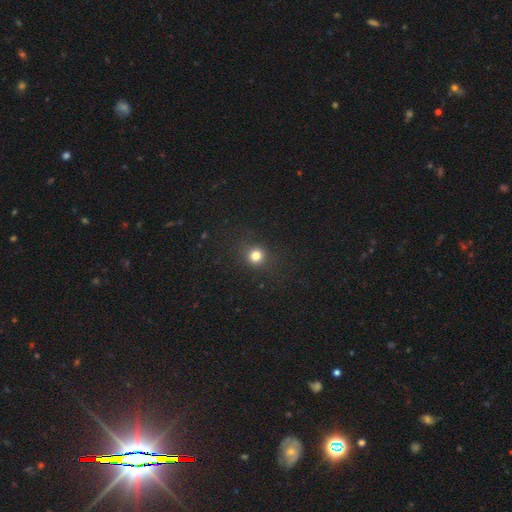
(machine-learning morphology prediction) smooth-or-featured: smooth: 80% | star or artifact: 15% | featured or disk: 5%
  how-rounded: round: 87% | in between: 12% | cigar-shaped: 1%
  merging: none: 88% | minor disturbance: 8% | major disturbance: 3% | merger: 1%